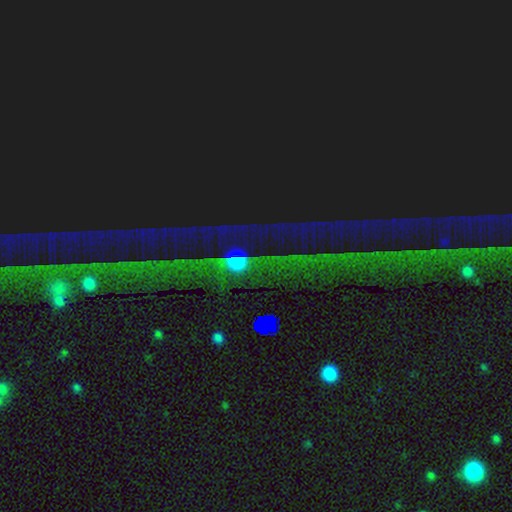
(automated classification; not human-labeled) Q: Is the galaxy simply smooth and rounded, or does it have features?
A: star or artifact — 73%.